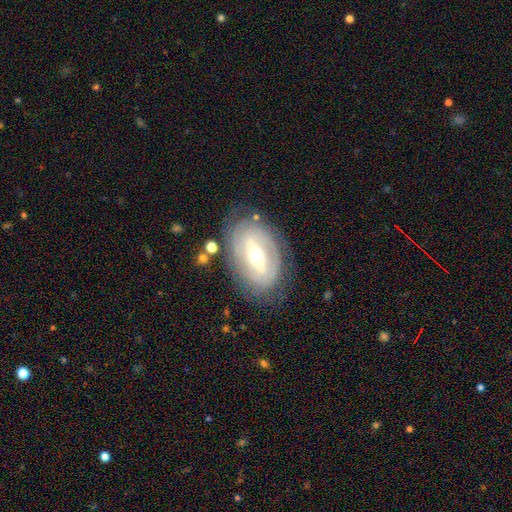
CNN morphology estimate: featured or disk 78%, smooth 16%, star or artifact 6%. Down the decision tree: edge-on disk — no (93%); bar — strong (48%); spiral arms — yes (72%); spiral arm count — 2 (50%); spiral winding — tight (62%); bulge size — moderate (72%); merging — none (75%).